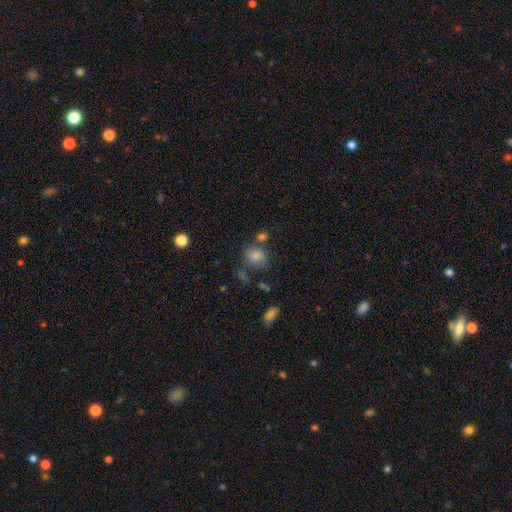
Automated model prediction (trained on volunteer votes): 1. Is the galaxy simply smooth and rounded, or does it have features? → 72% smooth, 15% star or artifact, 13% featured or disk.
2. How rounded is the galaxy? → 65% round, 34% in between, 1% cigar-shaped.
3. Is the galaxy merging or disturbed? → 67% none, 15% minor disturbance, 12% merger, 6% major disturbance.